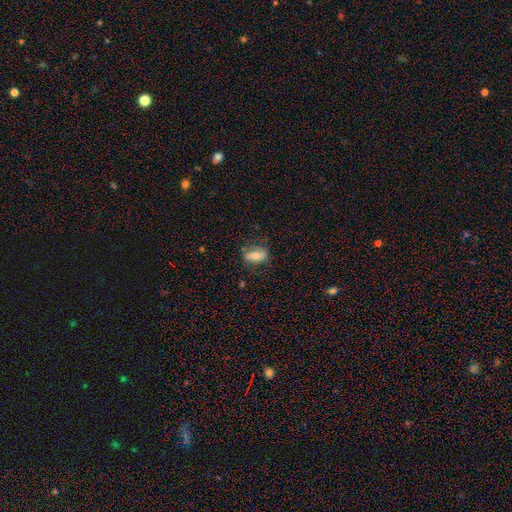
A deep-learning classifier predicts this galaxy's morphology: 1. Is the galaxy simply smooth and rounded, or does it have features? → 58% smooth, 33% featured or disk, 8% star or artifact.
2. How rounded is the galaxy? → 85% in between, 9% round, 6% cigar-shaped.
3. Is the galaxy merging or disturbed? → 67% none, 23% minor disturbance, 9% major disturbance, 2% merger.